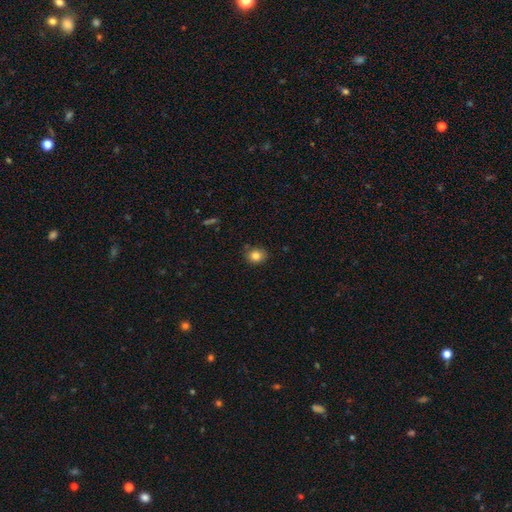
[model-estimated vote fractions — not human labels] This is clearly a smooth galaxy (82%). How rounded: likely round (66%). Merging: clearly none (83%).